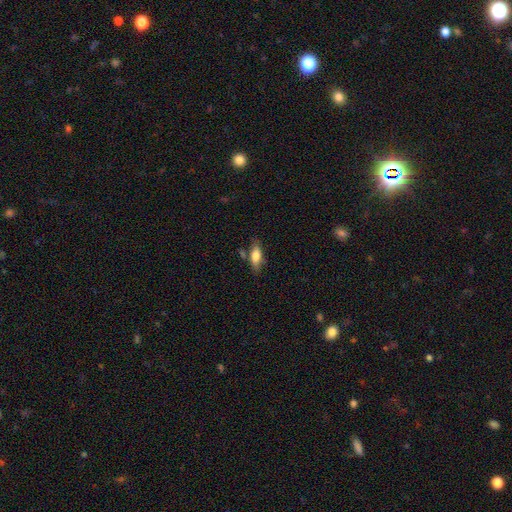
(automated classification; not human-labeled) The model was most divided on "how rounded": in between: 67%, cigar-shaped: 30%, round: 3%. More confident: smooth or featured — smooth (74%); merging — none (68%).